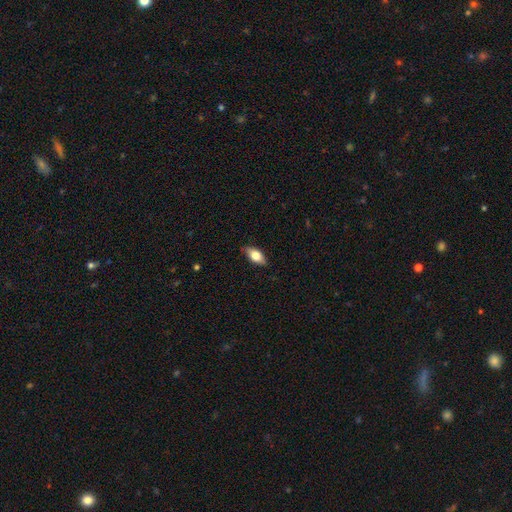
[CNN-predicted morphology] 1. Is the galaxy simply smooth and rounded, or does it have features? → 74% smooth, 19% featured or disk, 7% star or artifact.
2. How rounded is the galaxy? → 87% in between, 9% cigar-shaped, 4% round.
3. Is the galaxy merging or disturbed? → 83% none, 14% minor disturbance, 2% major disturbance, 1% merger.